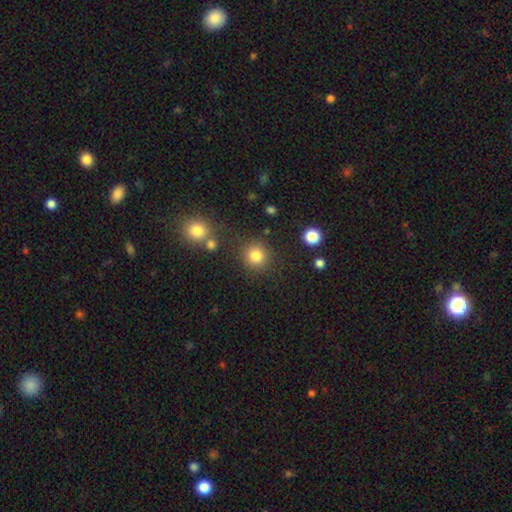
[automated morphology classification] smooth-or-featured: smooth: 82% | star or artifact: 12% | featured or disk: 5%
  how-rounded: round: 92% | in between: 7% | cigar-shaped: 1%
  merging: none: 85% | minor disturbance: 7% | merger: 5% | major disturbance: 3%